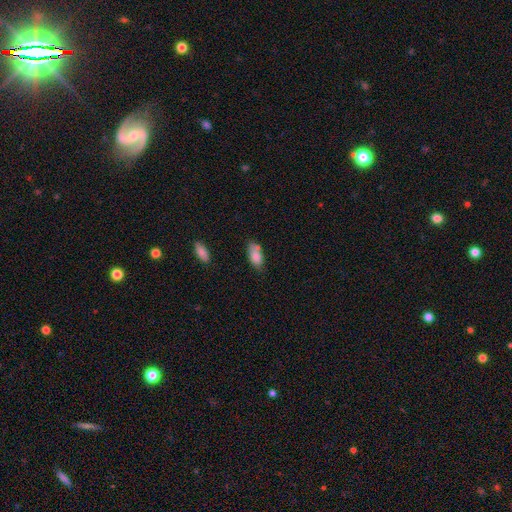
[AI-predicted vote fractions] Smooth or featured?
  - smooth: 81% *
  - featured or disk: 12%
  - star or artifact: 8%
How rounded?
  - in between: 87% *
  - cigar-shaped: 10%
  - round: 3%
Merging?
  - none: 55% *
  - minor disturbance: 26%
  - merger: 12%
  - major disturbance: 6%